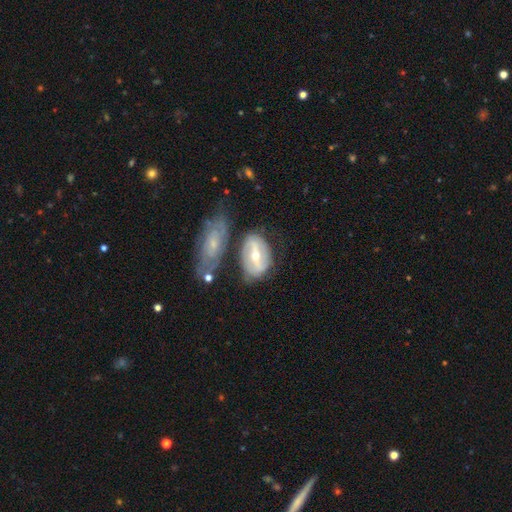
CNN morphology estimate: Q: Smooth or featured?
A: featured or disk (72%); runner-up: smooth (22%)
Q: Edge-on disk?
A: no (92%); runner-up: yes (8%)
Q: Bar?
A: strong (55%); runner-up: weak (31%)
Q: Spiral arms?
A: yes (68%); runner-up: no (32%)
Q: Bulge size?
A: moderate (52%); runner-up: small (44%)
Q: Merging?
A: none (58%); runner-up: minor disturbance (19%)